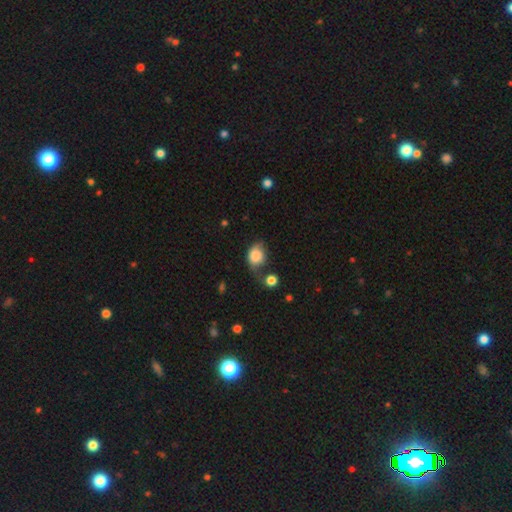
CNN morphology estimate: Smooth or featured: smooth — 81% (featured or disk — 11%)
How rounded: in between — 52% (round — 46%)
Merging: none — 33% (minor disturbance — 31%)